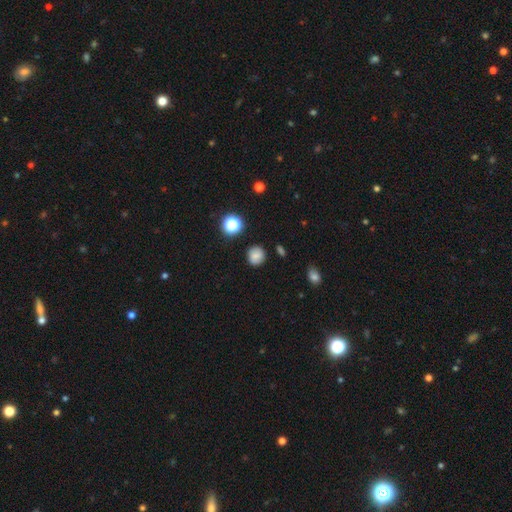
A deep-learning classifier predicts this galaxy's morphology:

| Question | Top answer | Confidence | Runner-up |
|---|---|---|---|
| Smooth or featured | smooth | 78% | star or artifact (13%) |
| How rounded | round | 87% | in between (12%) |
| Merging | none | 85% | minor disturbance (10%) |